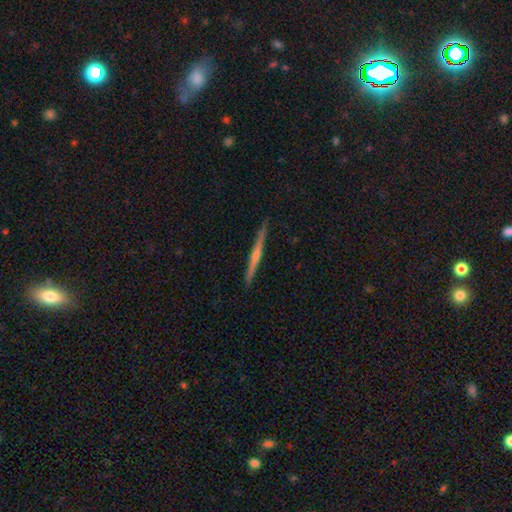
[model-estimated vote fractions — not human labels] This appears to be a featured or disk galaxy (75%) viewed edge-on (98%) with a rounded central bulge (72%). Merging: none (91%).